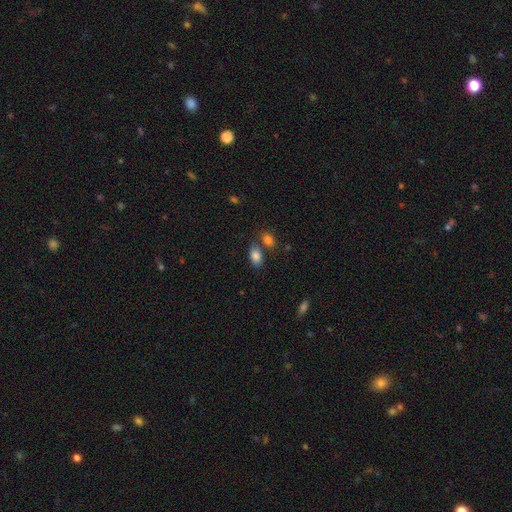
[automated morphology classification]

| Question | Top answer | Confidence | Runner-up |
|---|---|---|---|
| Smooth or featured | smooth | 85% | star or artifact (8%) |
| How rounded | in between | 90% | round (8%) |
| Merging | none | 62% | merger (22%) |